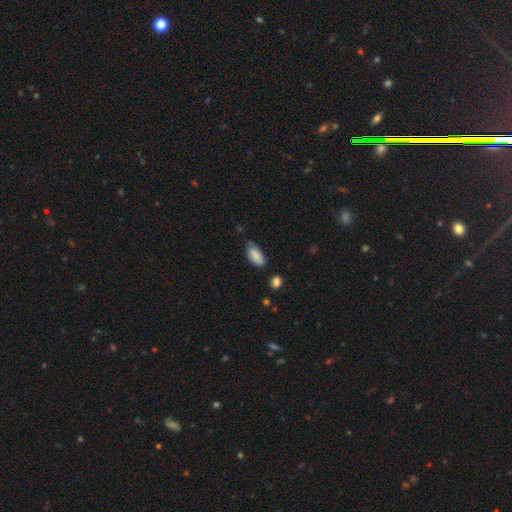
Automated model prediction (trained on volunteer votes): Smooth or featured: smooth — 86% (featured or disk — 7%)
How rounded: in between — 90% (cigar-shaped — 8%)
Merging: none — 58% (minor disturbance — 34%)